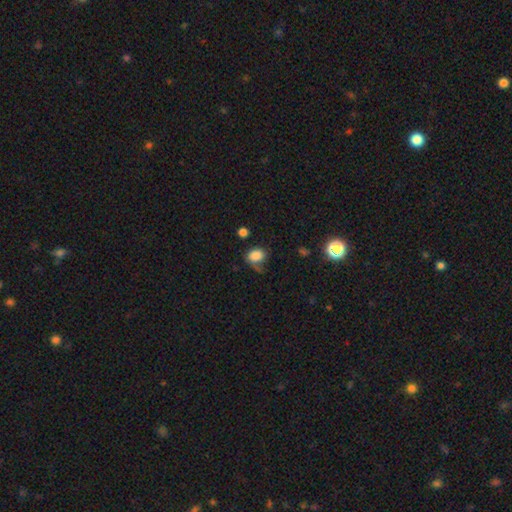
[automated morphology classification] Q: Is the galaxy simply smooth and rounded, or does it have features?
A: smooth — 81%.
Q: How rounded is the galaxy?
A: in between — 61%.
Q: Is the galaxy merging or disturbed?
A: none — 47%.